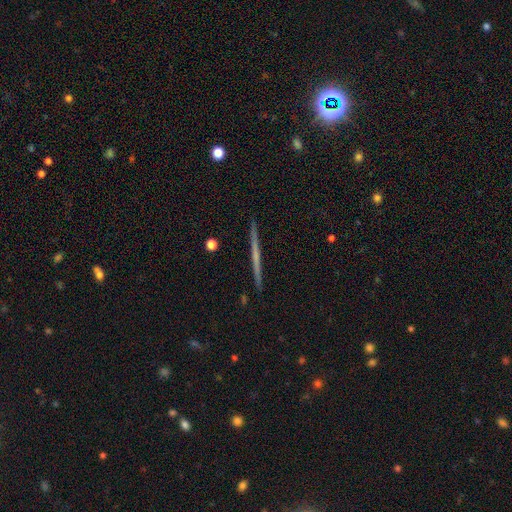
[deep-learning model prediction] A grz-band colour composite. It shows a featured or disk galaxy (62%) viewed edge-on (98%) with no central bulge (83%). Merging: none (93%).